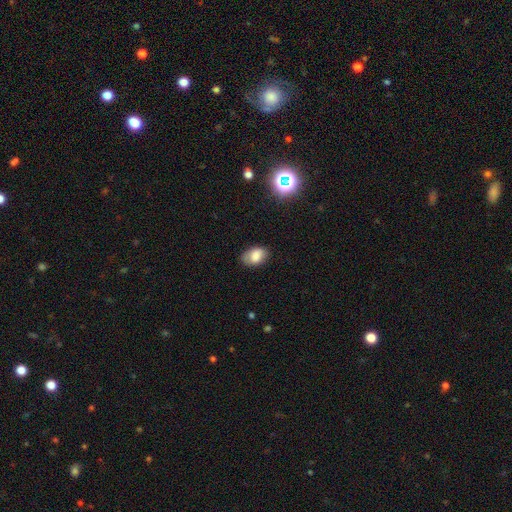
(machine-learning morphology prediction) Smooth or featured: smooth — 81% (star or artifact — 10%)
How rounded: in between — 86% (round — 13%)
Merging: none — 73% (minor disturbance — 21%)